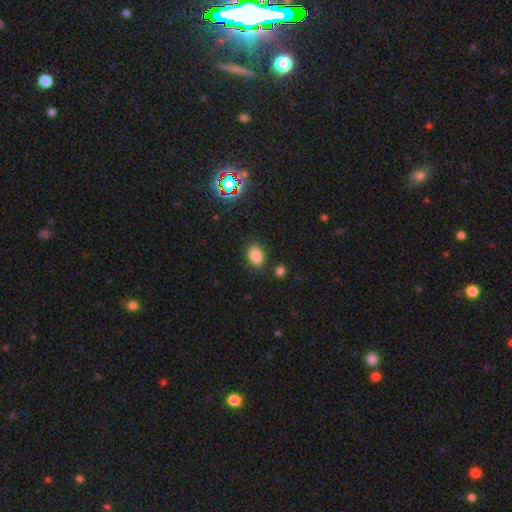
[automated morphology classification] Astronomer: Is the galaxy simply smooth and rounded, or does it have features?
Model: smooth — 82%.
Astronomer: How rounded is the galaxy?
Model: in between — 80%.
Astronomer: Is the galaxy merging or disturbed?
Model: none — 83%.